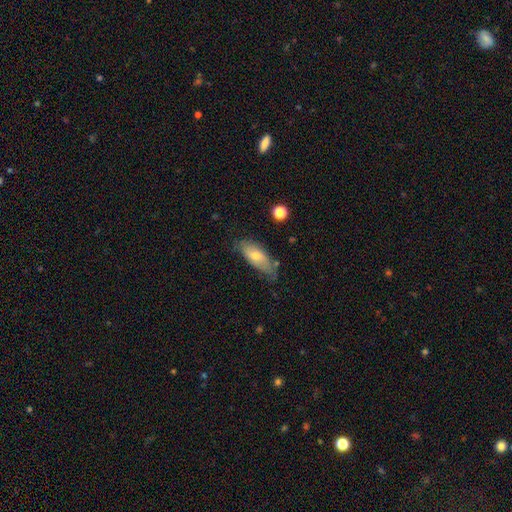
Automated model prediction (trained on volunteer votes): A smooth galaxy with no disk features (69%) that is in between round and cigar-shaped (76%). Merging: none (60%).